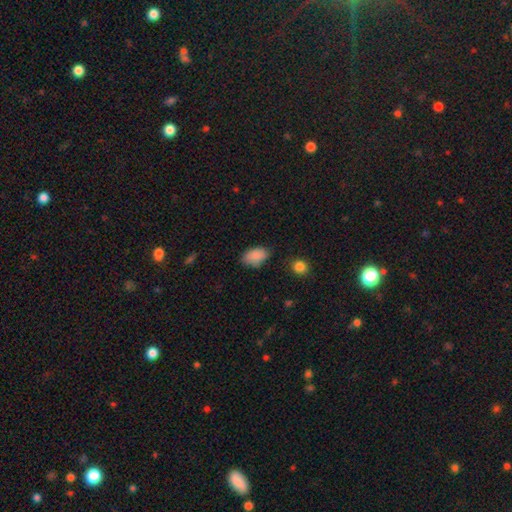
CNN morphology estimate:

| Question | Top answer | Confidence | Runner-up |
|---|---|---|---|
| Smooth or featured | smooth | 87% | star or artifact (8%) |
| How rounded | in between | 90% | round (8%) |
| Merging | none | 70% | minor disturbance (23%) |